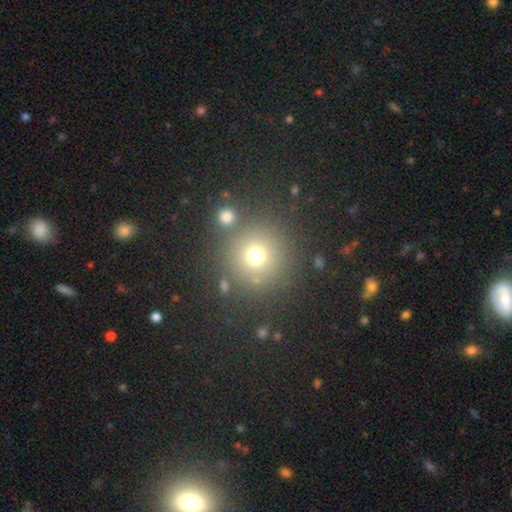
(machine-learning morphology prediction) Smooth or featured?
  - smooth: 72% *
  - star or artifact: 18%
  - featured or disk: 10%
How rounded?
  - round: 95% *
  - in between: 4%
  - cigar-shaped: 1%
Merging?
  - none: 81% *
  - merger: 8%
  - minor disturbance: 8%
  - major disturbance: 4%